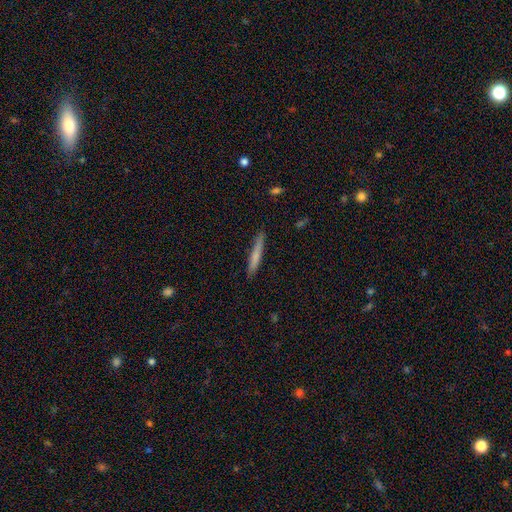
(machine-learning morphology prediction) Q: Smooth or featured?
A: smooth (71%); runner-up: featured or disk (23%)
Q: How rounded?
A: cigar-shaped (95%); runner-up: in between (3%)
Q: Merging?
A: none (88%); runner-up: minor disturbance (9%)